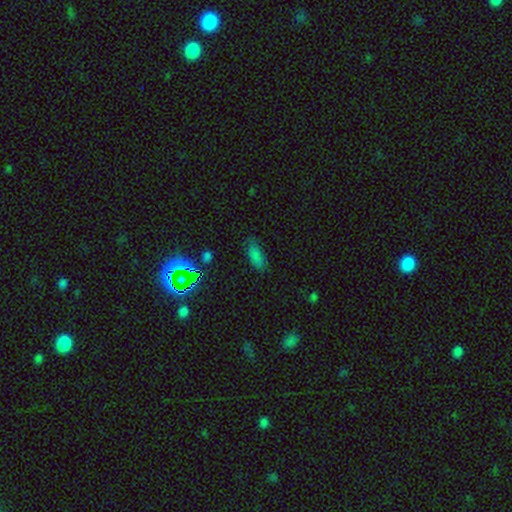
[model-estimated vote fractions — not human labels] This appears to be a smooth galaxy with no disk features (77%) that is in between round and cigar-shaped (77%). Merging: none (78%).